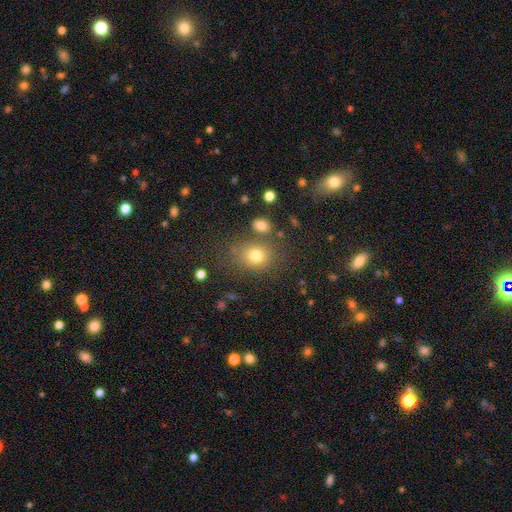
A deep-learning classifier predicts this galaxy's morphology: smooth-or-featured: smooth: 76% | star or artifact: 14% | featured or disk: 10%
  how-rounded: round: 57% | in between: 42% | cigar-shaped: 1%
  merging: none: 72% | minor disturbance: 13% | merger: 9% | major disturbance: 6%